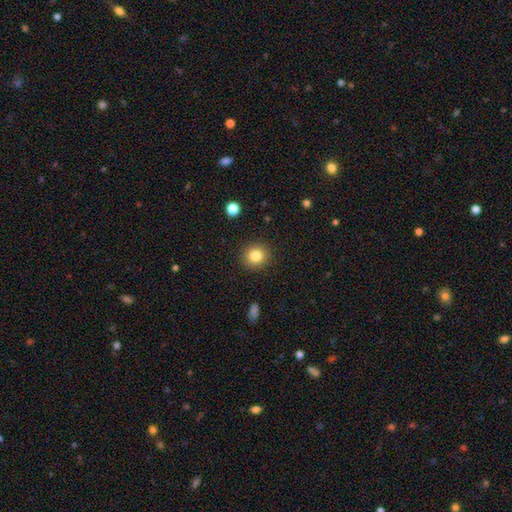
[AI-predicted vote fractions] This is clearly a smooth galaxy (83%). How rounded: clearly round (87%). Merging: clearly none (90%).